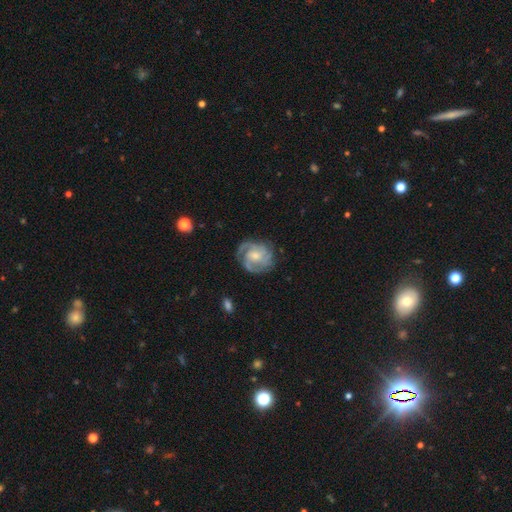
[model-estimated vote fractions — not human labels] featured or disk 86%, smooth 9%, star or artifact 5%. Down the decision tree: edge-on disk — no (98%); bar — no (61%); spiral arms — yes (97%); spiral arm count — 3 (42%); spiral winding — tight (55%); bulge size — small (47%); merging — none (74%).